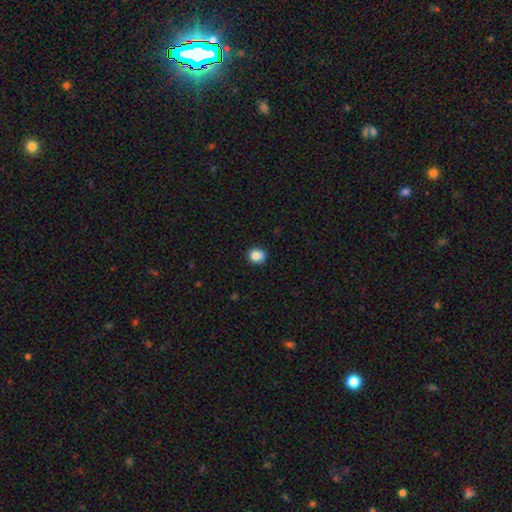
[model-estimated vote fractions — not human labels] Smooth or featured? Predicted: smooth (p=0.85). How rounded? Predicted: round (p=0.78). Merging? Predicted: none (p=0.83).